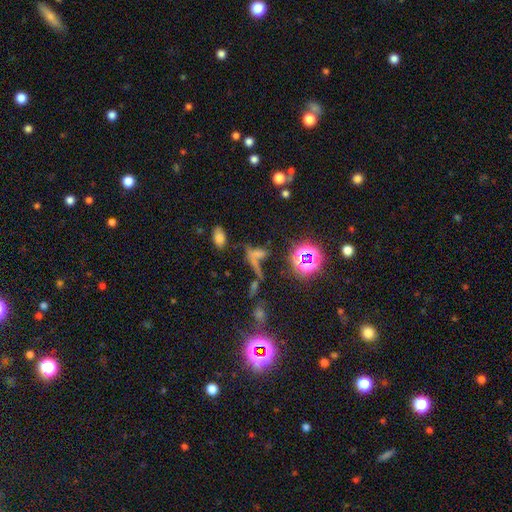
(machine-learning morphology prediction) smooth_or_featured: smooth (p=0.42) [alt: star or artifact p=0.40]
merging: none (p=0.36) [alt: merger p=0.32]